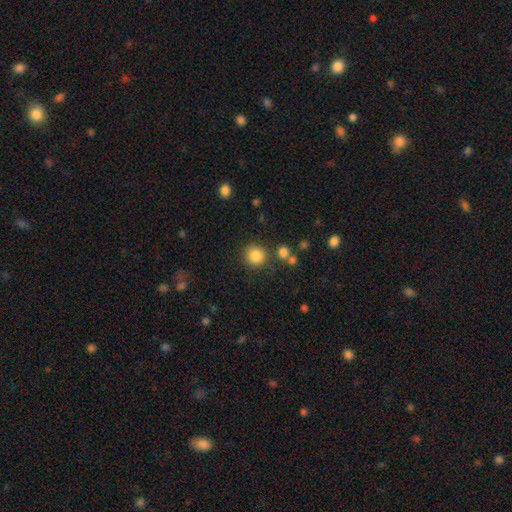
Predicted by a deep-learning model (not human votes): smooth-or-featured: smooth: 85% | star or artifact: 11% | featured or disk: 4%
  how-rounded: round: 92% | in between: 7% | cigar-shaped: 1%
  merging: none: 82% | minor disturbance: 8% | merger: 6% | major disturbance: 4%